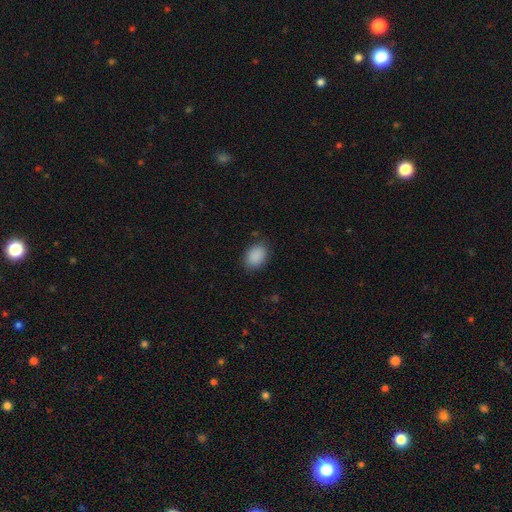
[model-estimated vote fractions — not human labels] Smooth or featured?
  - smooth: 89% *
  - star or artifact: 8%
  - featured or disk: 3%
How rounded?
  - in between: 75% *
  - round: 24%
  - cigar-shaped: 1%
Merging?
  - none: 84% *
  - minor disturbance: 12%
  - major disturbance: 3%
  - merger: 1%